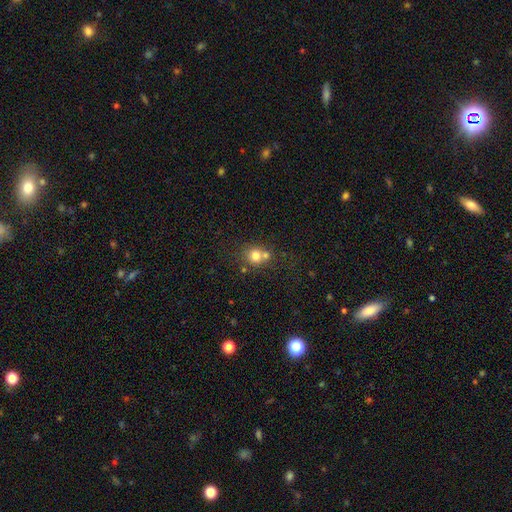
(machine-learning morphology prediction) A smooth galaxy with no disk features (74%) that is round (83%).

Vote fractions:
- Smooth or featured? smooth: 74% / star or artifact: 13% / featured or disk: 13%
- How rounded? round: 83% / in between: 16% / cigar-shaped: 1%
- Merging? none: 46% / merger: 42% / minor disturbance: 8% / major disturbance: 3%